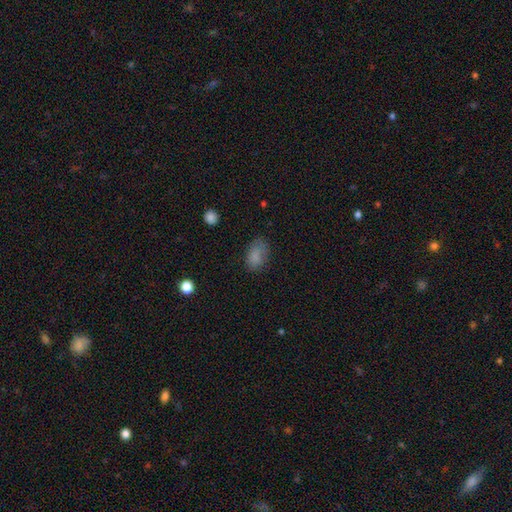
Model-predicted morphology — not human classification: This is clearly a smooth galaxy (82%). How rounded: clearly in between (89%). Merging: likely none (64%).